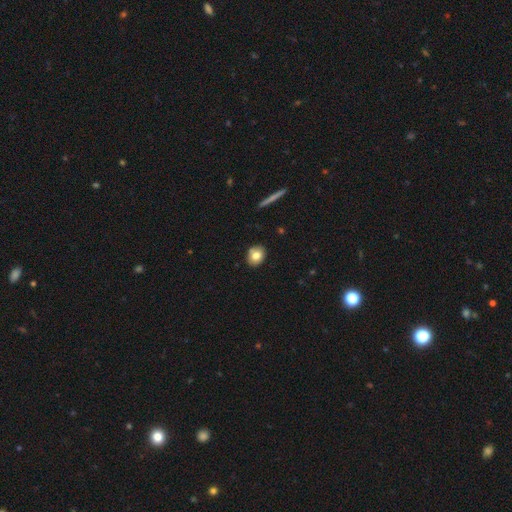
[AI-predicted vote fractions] This appears to be a smooth galaxy with no disk features (79%) that is round (61%). Merging: none (85%).